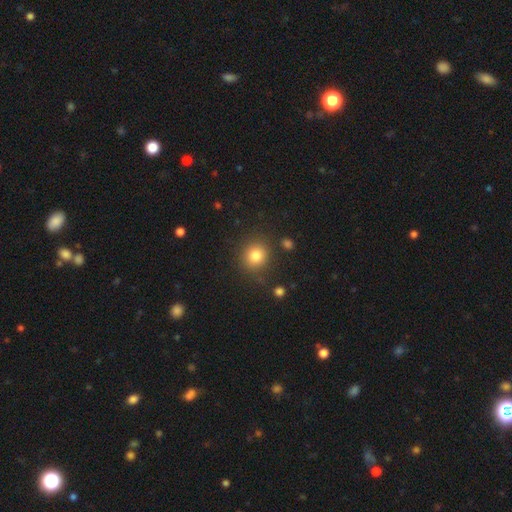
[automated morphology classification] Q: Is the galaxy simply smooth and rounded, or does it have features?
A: smooth — 82%.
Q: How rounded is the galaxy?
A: round — 88%.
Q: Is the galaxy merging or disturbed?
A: none — 84%.